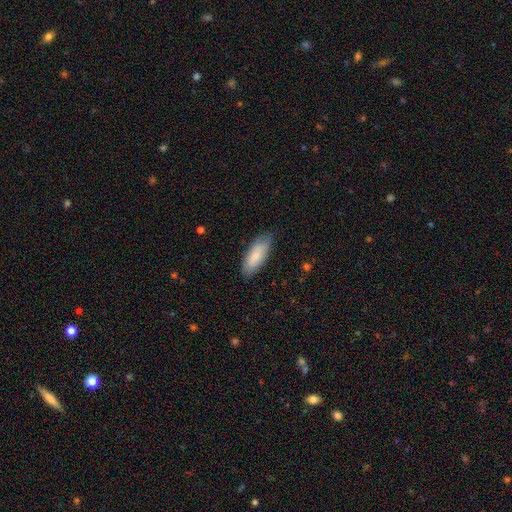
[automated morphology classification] A smooth galaxy with no disk features (83%) that is in between round and cigar-shaped (75%).

Vote fractions:
- Smooth or featured? smooth: 83% / featured or disk: 12% / star or artifact: 5%
- How rounded? in between: 75% / cigar-shaped: 23% / round: 2%
- Merging? none: 80% / minor disturbance: 16% / major disturbance: 3% / merger: 1%